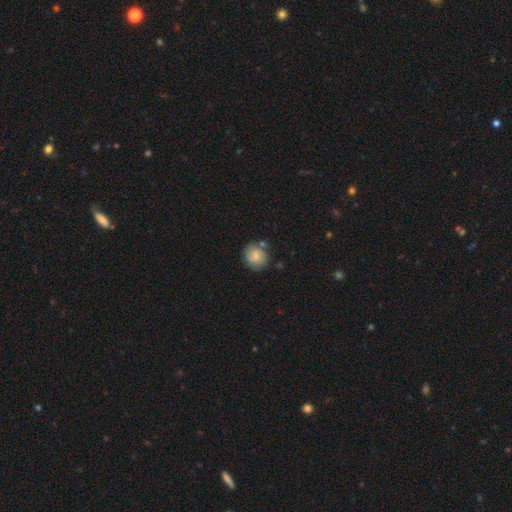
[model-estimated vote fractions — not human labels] Q: Smooth or featured?
A: smooth (65%); runner-up: featured or disk (27%)
Q: How rounded?
A: round (82%); runner-up: in between (17%)
Q: Merging?
A: none (70%); runner-up: minor disturbance (18%)